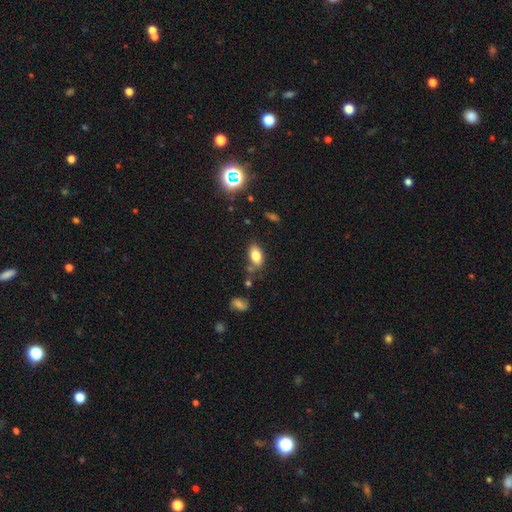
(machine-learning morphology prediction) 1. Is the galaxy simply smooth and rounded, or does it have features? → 79% smooth, 11% featured or disk, 9% star or artifact.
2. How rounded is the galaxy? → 90% in between, 6% round, 3% cigar-shaped.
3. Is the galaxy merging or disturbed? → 71% none, 18% minor disturbance, 7% merger, 4% major disturbance.